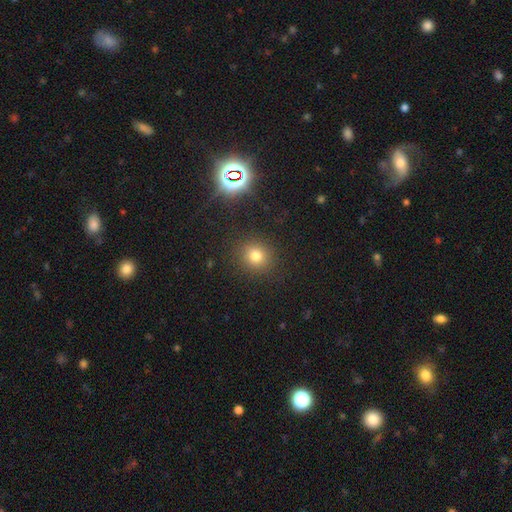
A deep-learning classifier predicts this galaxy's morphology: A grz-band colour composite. It shows a smooth galaxy with no disk features (75%) that is round (85%). Merging: none (88%).